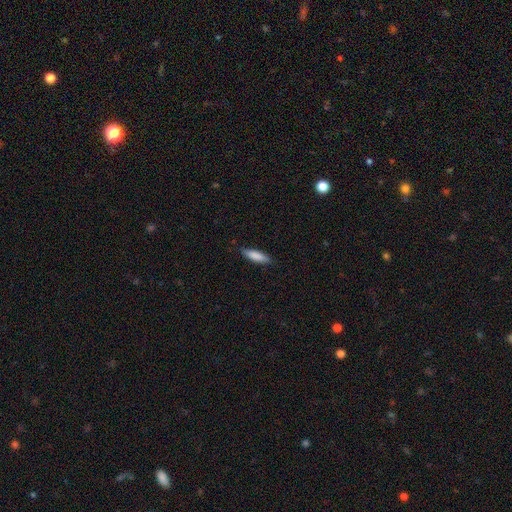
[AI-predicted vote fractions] Smooth or featured? smooth (84%)
How rounded? cigar-shaped (67%)
Merging? none (85%)